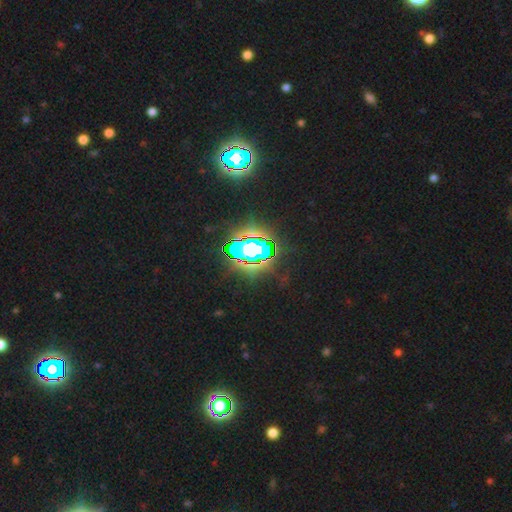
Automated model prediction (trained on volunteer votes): Overall: star or artifact (80%).